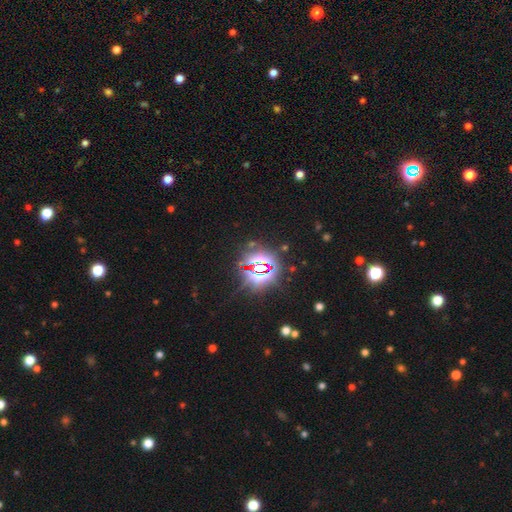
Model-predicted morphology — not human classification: This is likely a star or artifact rather than a galaxy (80%).